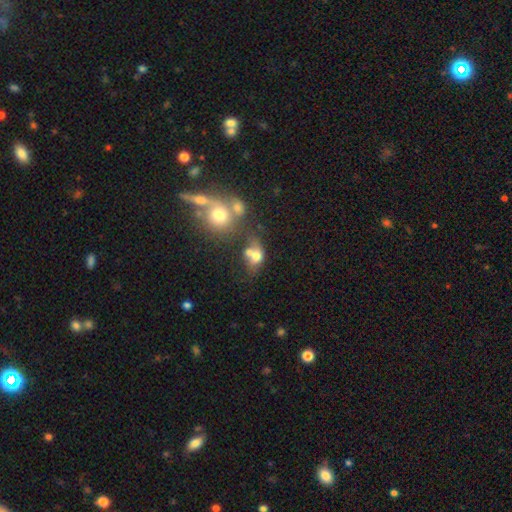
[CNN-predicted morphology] Overall: smooth (66%). How rounded: in between (60%; round 38%). Merging: merger (49%; none 27%).